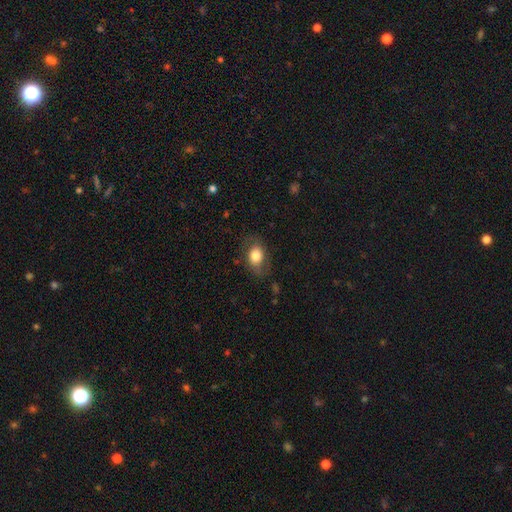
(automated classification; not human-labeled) Smooth or featured: smooth — 73% (featured or disk — 20%)
How rounded: in between — 76% (round — 23%)
Merging: none — 70% (minor disturbance — 20%)